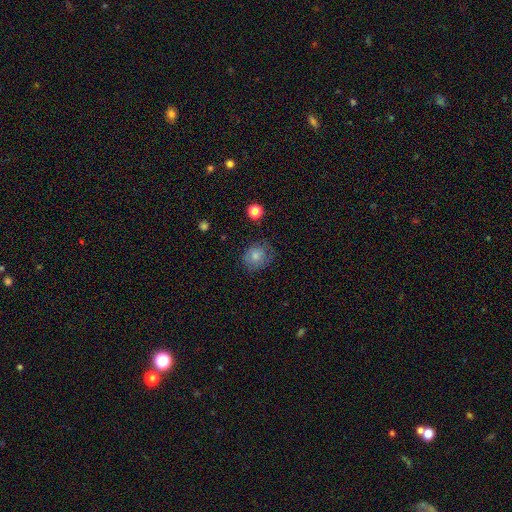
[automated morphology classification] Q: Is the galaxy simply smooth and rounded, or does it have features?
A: smooth — 73%.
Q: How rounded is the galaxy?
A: round — 70%.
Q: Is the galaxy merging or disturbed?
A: none — 62%.